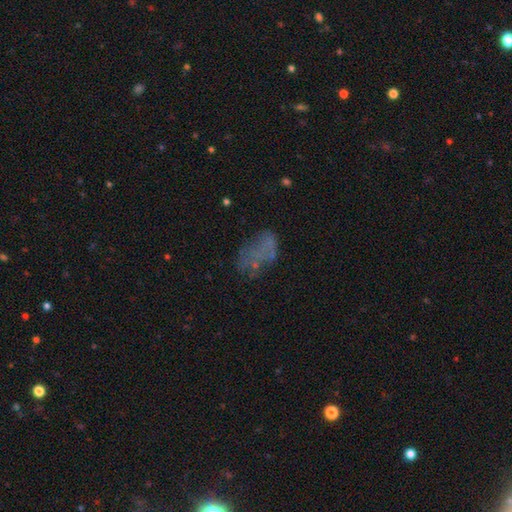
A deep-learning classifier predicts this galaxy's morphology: A smooth galaxy with no disk features (47%). Merging: none (46%).